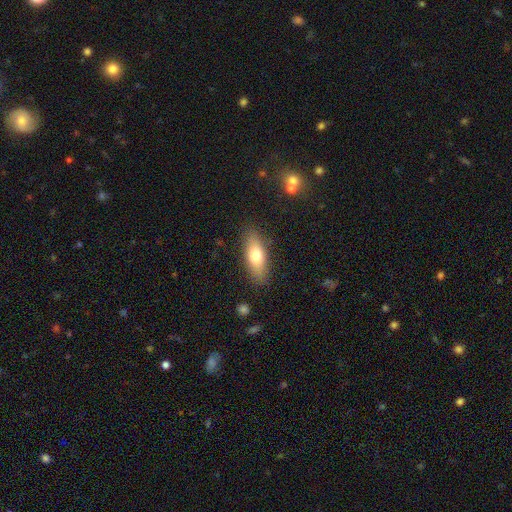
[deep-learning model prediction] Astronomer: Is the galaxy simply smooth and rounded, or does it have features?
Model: smooth — 70%.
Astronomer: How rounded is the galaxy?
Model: in between — 68%.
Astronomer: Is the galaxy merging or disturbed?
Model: none — 86%.